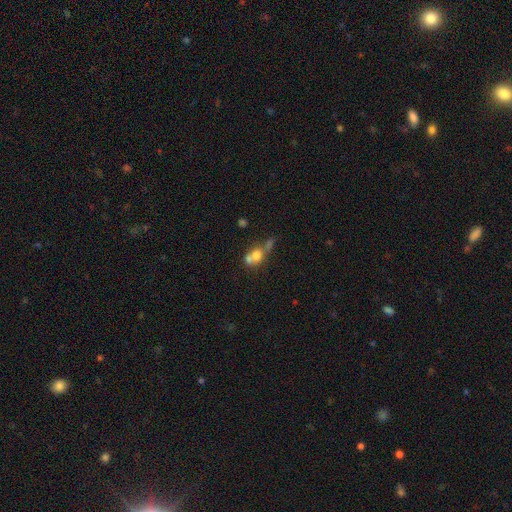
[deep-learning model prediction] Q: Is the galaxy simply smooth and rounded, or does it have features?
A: smooth — 64%.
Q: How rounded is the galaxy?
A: round — 63%.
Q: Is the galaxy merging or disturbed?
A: merger — 57%.